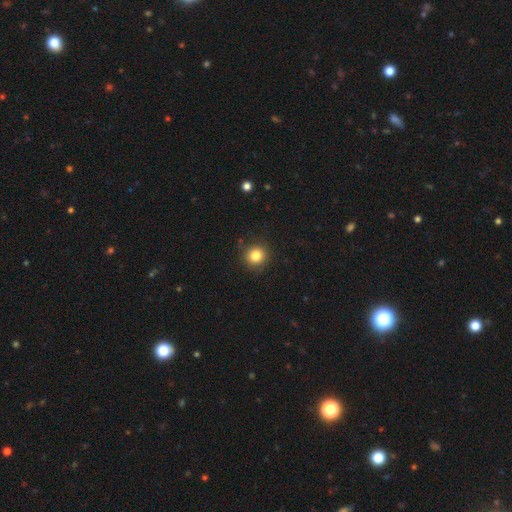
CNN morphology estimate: smooth-or-featured: smooth: 83% | star or artifact: 11% | featured or disk: 6%
  how-rounded: round: 92% | in between: 8% | cigar-shaped: 1%
  merging: none: 89% | minor disturbance: 8% | major disturbance: 2% | merger: 1%